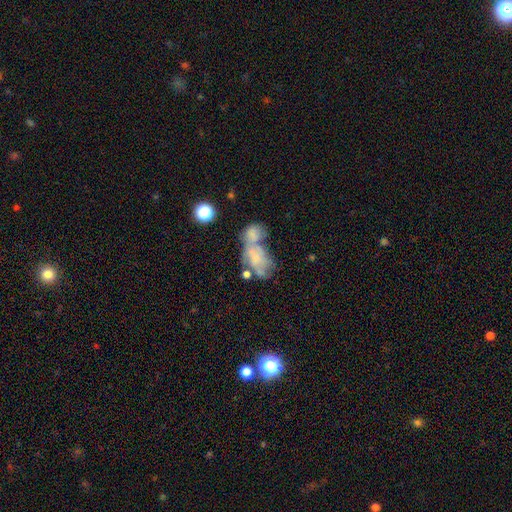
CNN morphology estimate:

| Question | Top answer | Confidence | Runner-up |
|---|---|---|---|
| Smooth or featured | featured or disk | 45% | smooth (42%) |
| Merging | merger | 58% | none (18%) |